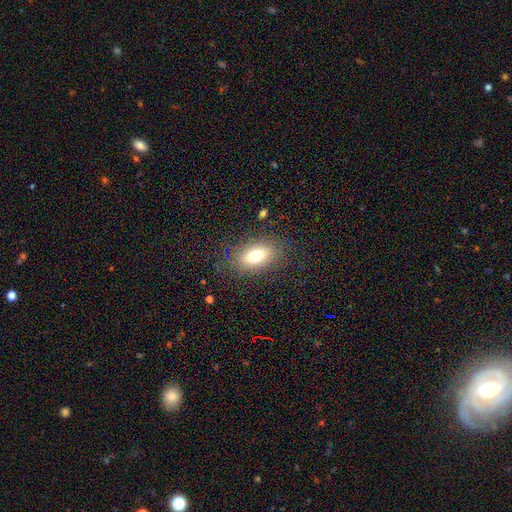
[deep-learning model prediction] smooth 74%, featured or disk 16%, star or artifact 10%. Down the decision tree: how rounded — in between (86%); merging — none (81%).